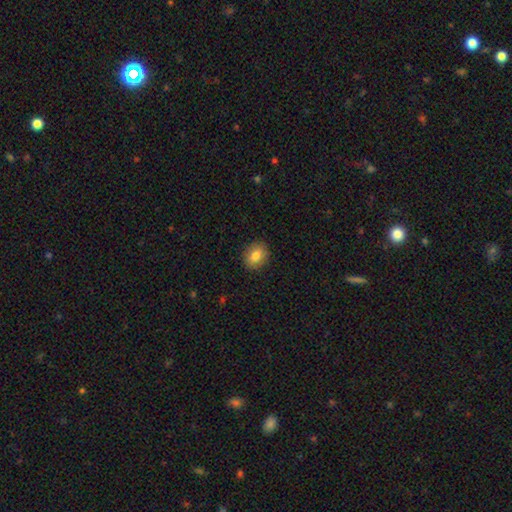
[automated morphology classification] type=smooth (83%); roundness=in between (54%); merging=none (88%).